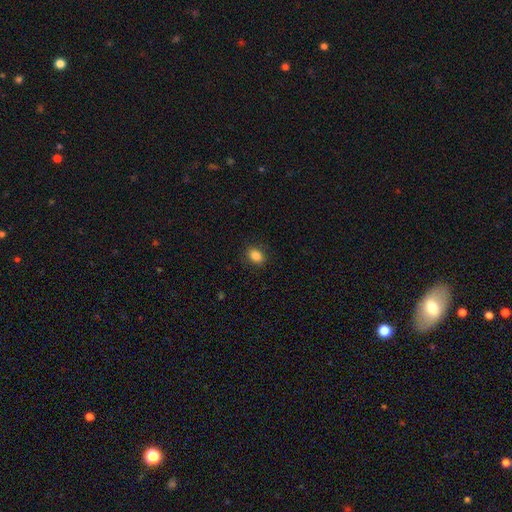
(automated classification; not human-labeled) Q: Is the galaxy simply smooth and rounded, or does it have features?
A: smooth — 86%.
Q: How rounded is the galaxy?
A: in between — 68%.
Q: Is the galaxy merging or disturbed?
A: none — 88%.